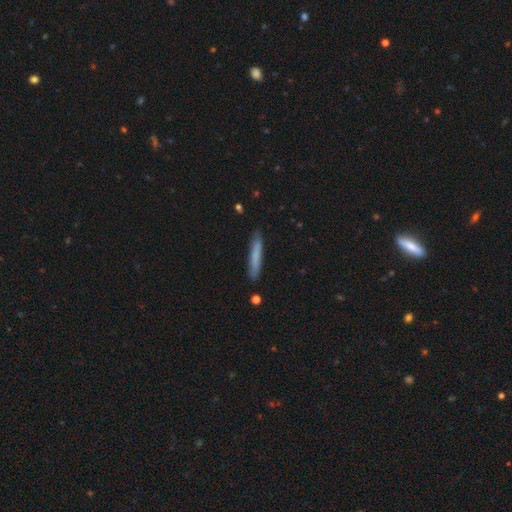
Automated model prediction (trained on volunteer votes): This appears to be a smooth galaxy with no disk features (74%) that is cigar-shaped (94%). Merging: none (86%).